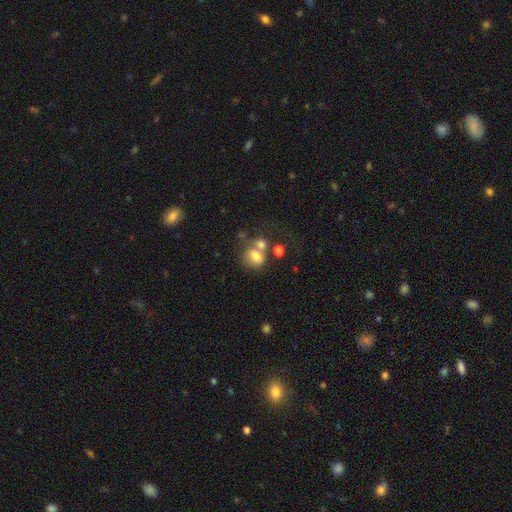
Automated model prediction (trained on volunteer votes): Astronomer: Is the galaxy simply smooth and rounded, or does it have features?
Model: smooth — 71%.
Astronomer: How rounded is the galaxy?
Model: round — 57% (runner-up: in between, 42%).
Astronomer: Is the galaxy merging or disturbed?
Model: merger — 46% (runner-up: none, 34%).